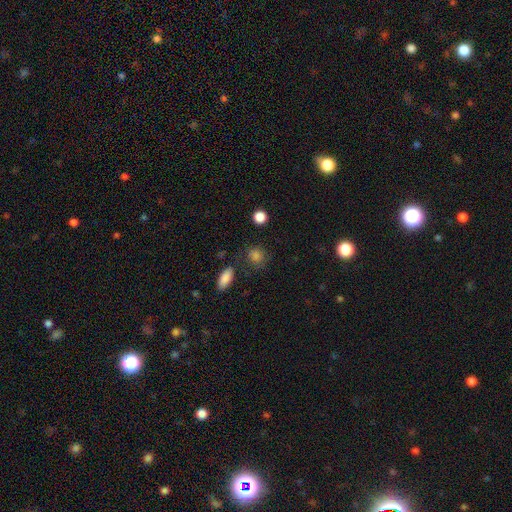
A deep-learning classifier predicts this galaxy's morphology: smooth-or-featured: smooth: 81% | star or artifact: 13% | featured or disk: 6%
  how-rounded: round: 75% | in between: 23% | cigar-shaped: 2%
  merging: none: 74% | minor disturbance: 16% | major disturbance: 6% | merger: 4%